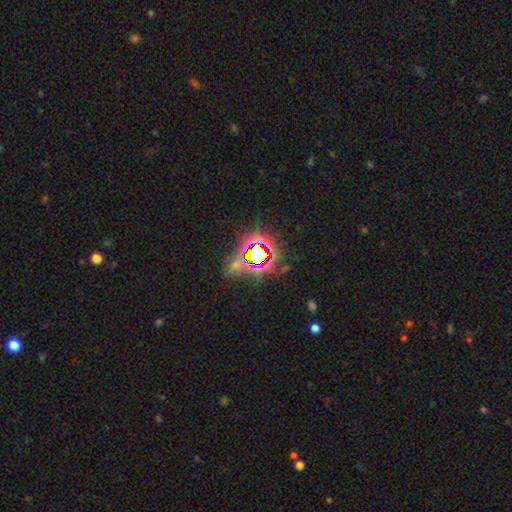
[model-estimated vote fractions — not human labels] The model was most divided on "smooth or featured": star or artifact: 73%, smooth: 16%, featured or disk: 11%.